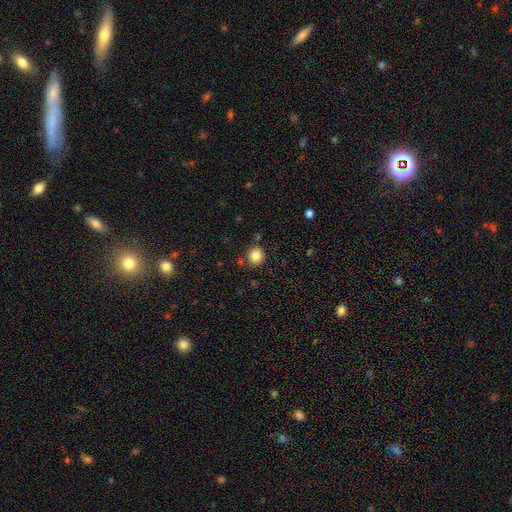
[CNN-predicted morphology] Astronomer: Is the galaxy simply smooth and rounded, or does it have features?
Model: smooth — 84%.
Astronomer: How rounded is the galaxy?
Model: round — 90%.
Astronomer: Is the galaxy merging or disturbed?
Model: none — 86%.